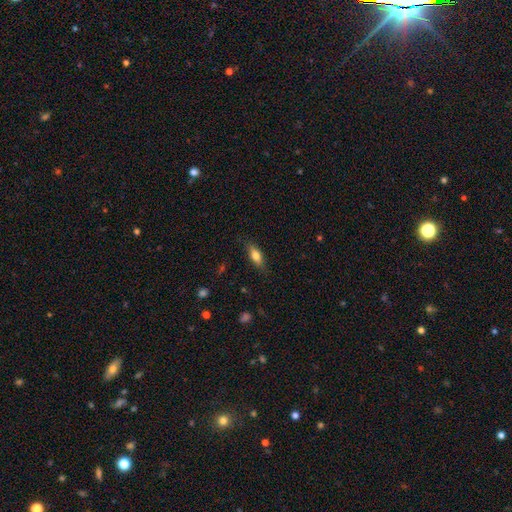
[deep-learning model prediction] smooth_or_featured: smooth (p=0.71) [alt: featured or disk p=0.21]
how_rounded: in between (p=0.64) [alt: cigar-shaped p=0.33]
merging: none (p=0.81) [alt: minor disturbance p=0.14]